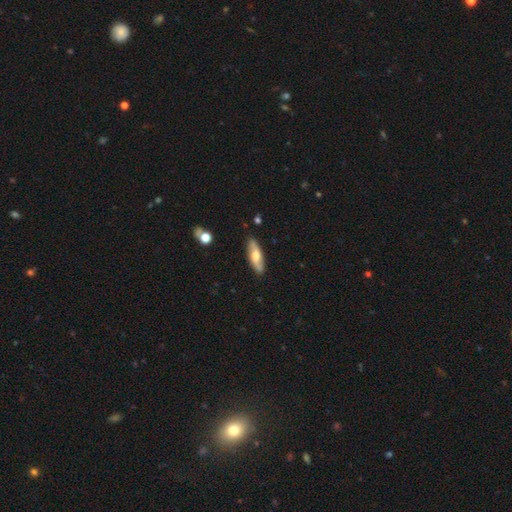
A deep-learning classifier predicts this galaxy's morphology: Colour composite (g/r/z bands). It shows a smooth galaxy with no disk features (49%). Merging: none (86%).